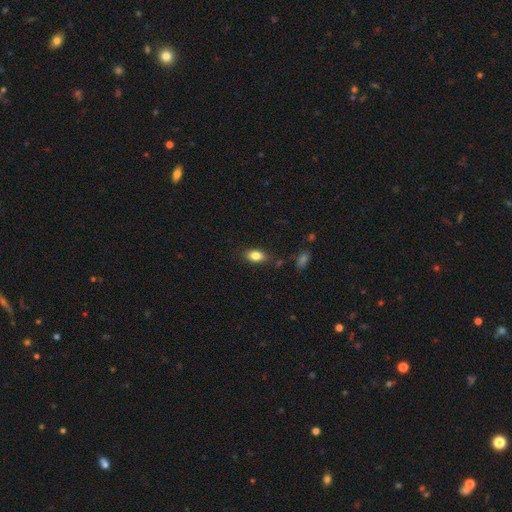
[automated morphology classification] type=smooth (82%); roundness=in between (87%); merging=none (83%).